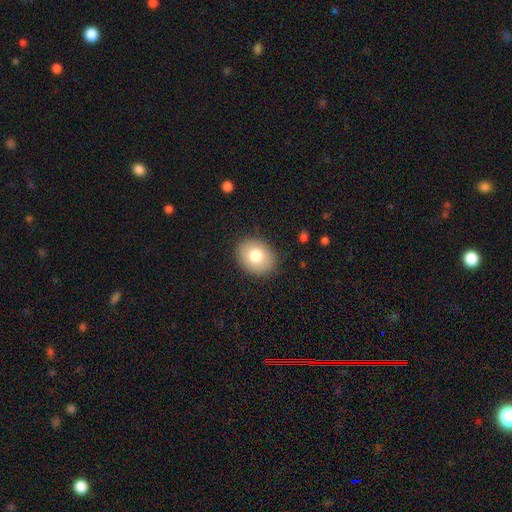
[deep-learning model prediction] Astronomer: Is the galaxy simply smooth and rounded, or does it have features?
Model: smooth — 77%.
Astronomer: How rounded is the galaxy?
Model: in between — 51% (runner-up: round, 48%).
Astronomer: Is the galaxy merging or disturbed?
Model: none — 88%.